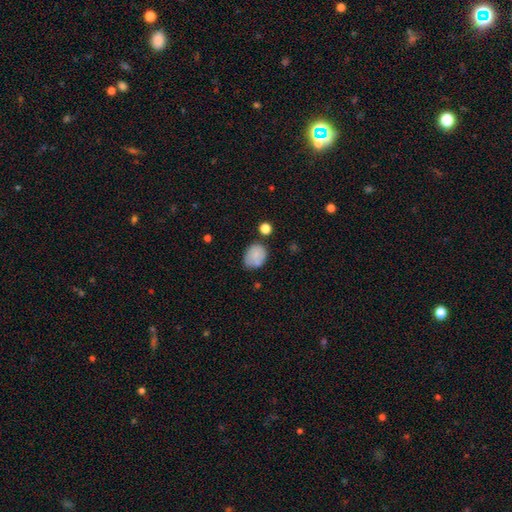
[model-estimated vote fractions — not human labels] This is likely a smooth galaxy (78%). How rounded: possibly in between (57%). Merging: likely none (63%).